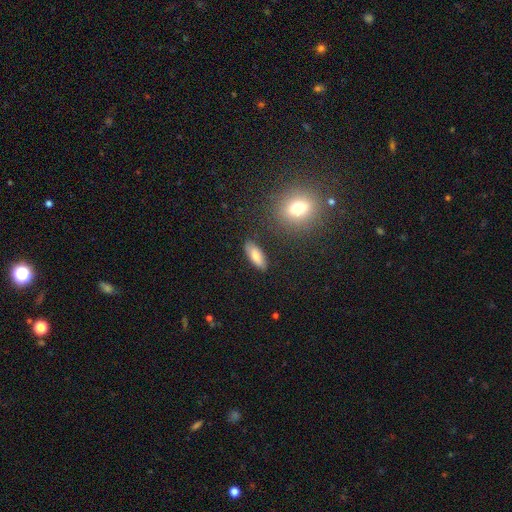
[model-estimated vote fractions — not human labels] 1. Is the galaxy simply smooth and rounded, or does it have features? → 74% smooth, 19% featured or disk, 8% star or artifact.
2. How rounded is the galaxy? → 74% in between, 23% cigar-shaped, 3% round.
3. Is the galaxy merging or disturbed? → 85% none, 10% minor disturbance, 3% major disturbance, 2% merger.